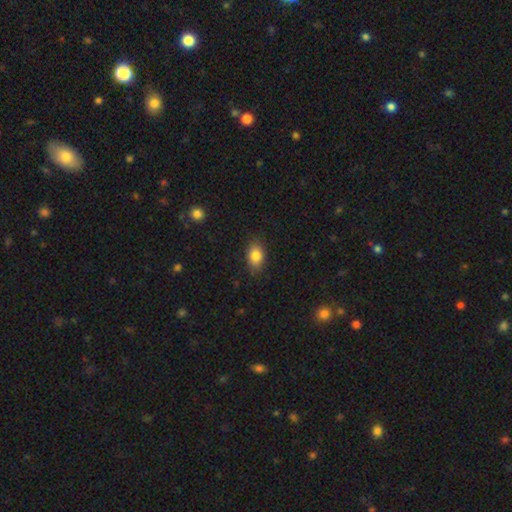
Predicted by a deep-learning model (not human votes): Smooth or featured?
  - smooth: 85% *
  - star or artifact: 8%
  - featured or disk: 7%
How rounded?
  - in between: 81% *
  - round: 18%
  - cigar-shaped: 2%
Merging?
  - none: 82% *
  - minor disturbance: 14%
  - major disturbance: 3%
  - merger: 1%